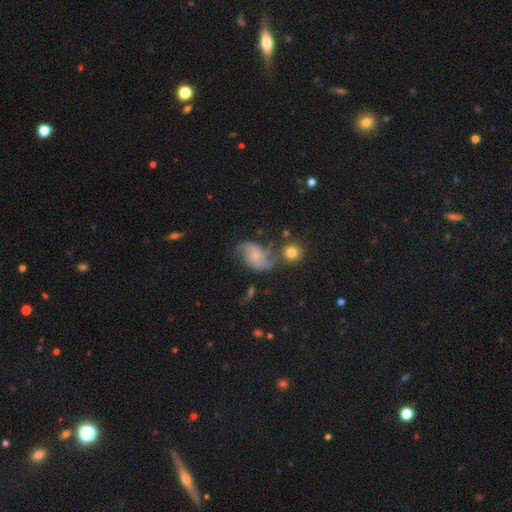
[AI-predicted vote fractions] Smooth or featured: featured or disk — 68% (smooth — 23%)
Edge-on disk: no — 97% (yes — 3%)
Bar: no — 63% (weak — 32%)
Spiral arms: yes — 91% (no — 9%)
Spiral winding: loose — 43% (medium — 41%)
Spiral arm count: 2 — 82% (can't tell — 9%)
Bulge size: small — 52% (moderate — 29%)
Merging: none — 48% (minor disturbance — 25%)